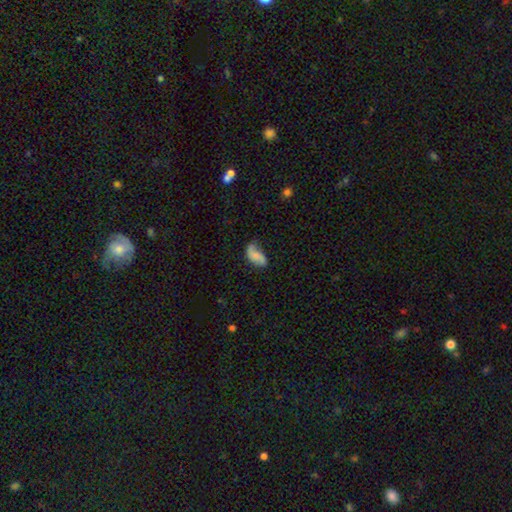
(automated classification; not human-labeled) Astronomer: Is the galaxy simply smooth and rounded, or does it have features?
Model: smooth — 55% (runner-up: featured or disk, 37%).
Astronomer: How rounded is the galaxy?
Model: in between — 92%.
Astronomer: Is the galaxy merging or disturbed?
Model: none — 42% (runner-up: minor disturbance, 37%).